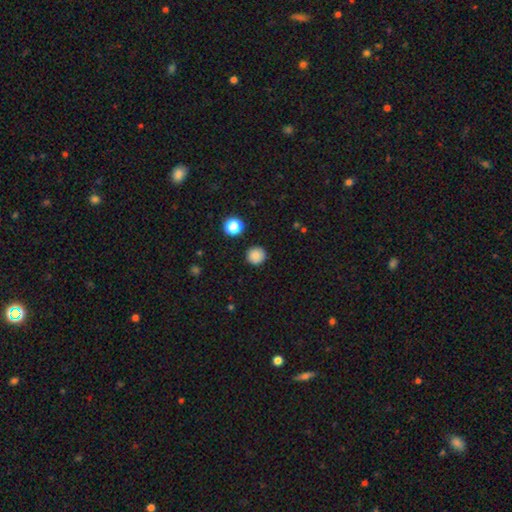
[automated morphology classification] Smooth or featured: smooth — 85% (star or artifact — 11%)
How rounded: round — 94% (in between — 5%)
Merging: none — 90% (minor disturbance — 6%)